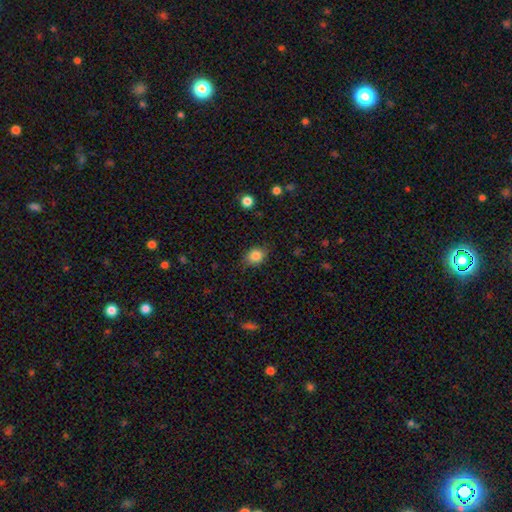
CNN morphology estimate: smooth-or-featured: smooth: 84% | star or artifact: 10% | featured or disk: 6%
  how-rounded: in between: 52% | round: 47% | cigar-shaped: 1%
  merging: none: 80% | minor disturbance: 16% | major disturbance: 3% | merger: 1%